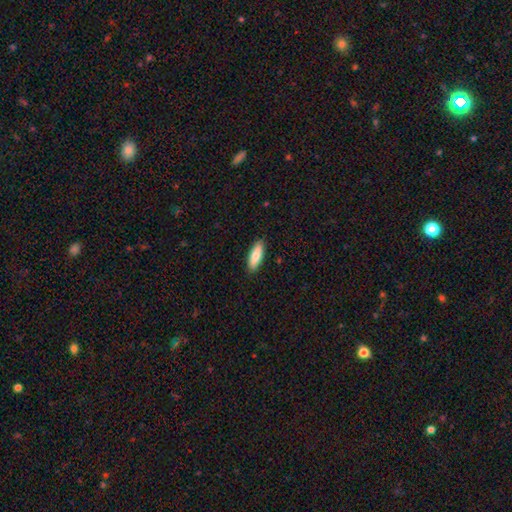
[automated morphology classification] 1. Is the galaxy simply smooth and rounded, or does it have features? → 79% smooth, 15% featured or disk, 6% star or artifact.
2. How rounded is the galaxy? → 62% in between, 36% cigar-shaped, 2% round.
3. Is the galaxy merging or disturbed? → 89% none, 9% minor disturbance, 2% major disturbance, 1% merger.